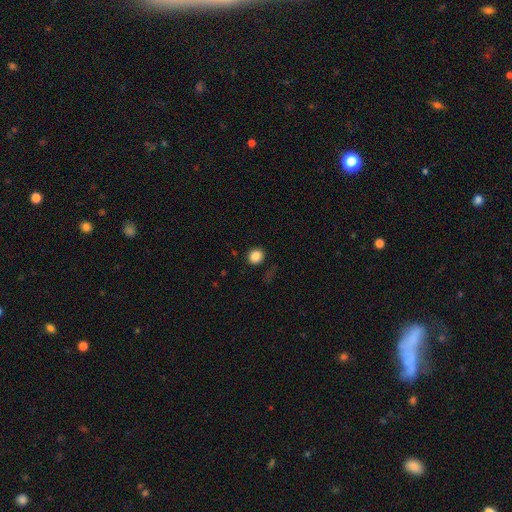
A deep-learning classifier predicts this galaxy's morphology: Smooth or featured?
  - smooth: 85% *
  - star or artifact: 10%
  - featured or disk: 4%
How rounded?
  - round: 82% *
  - in between: 17%
  - cigar-shaped: 1%
Merging?
  - none: 87% *
  - minor disturbance: 8%
  - major disturbance: 3%
  - merger: 1%